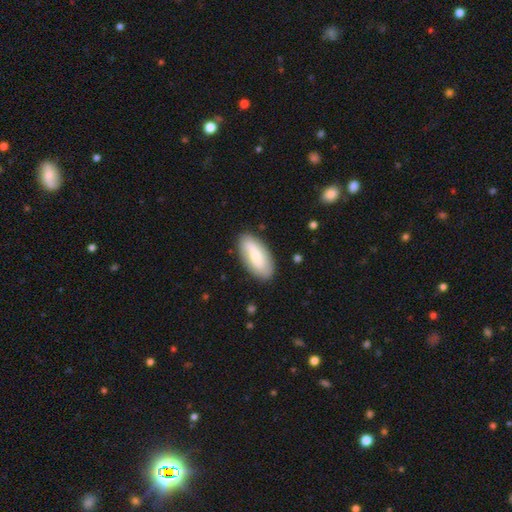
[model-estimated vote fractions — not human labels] Smooth or featured?
  - smooth: 63% *
  - featured or disk: 32%
  - star or artifact: 6%
How rounded?
  - in between: 88% *
  - cigar-shaped: 10%
  - round: 2%
Merging?
  - none: 86% *
  - minor disturbance: 11%
  - major disturbance: 3%
  - merger: 1%